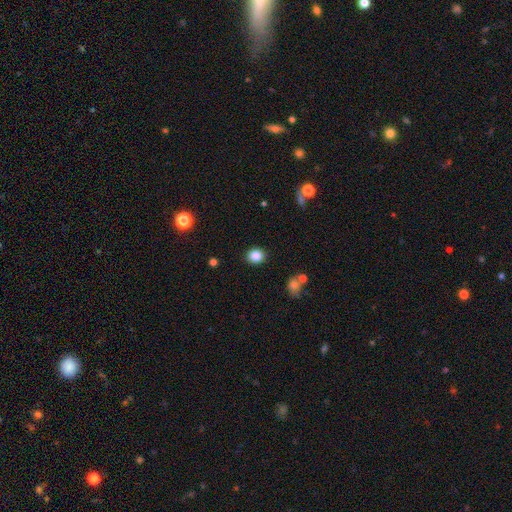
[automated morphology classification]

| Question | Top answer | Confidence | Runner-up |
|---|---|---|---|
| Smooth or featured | smooth | 86% | star or artifact (10%) |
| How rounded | round | 67% | in between (32%) |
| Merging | none | 89% | minor disturbance (7%) |